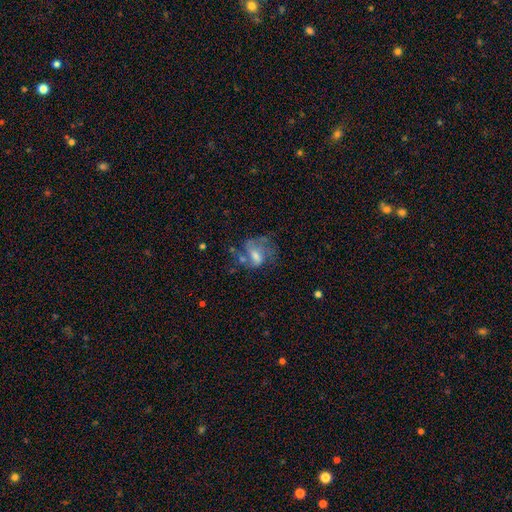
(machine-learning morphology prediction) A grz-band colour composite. It shows a featured or disk galaxy (58%) with a weak bar (47%), spiral arms (68%) and a moderate central bulge (47%). Merging: none (35%).